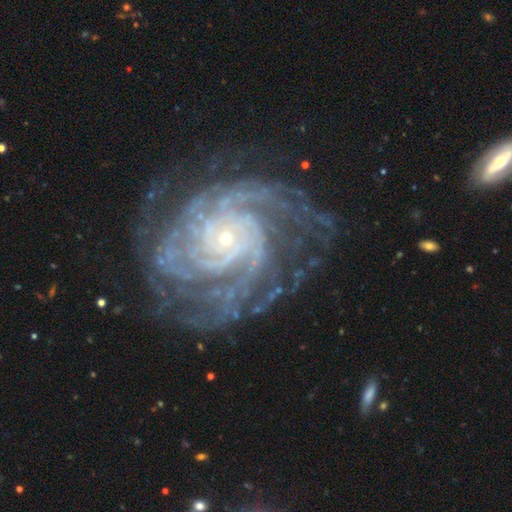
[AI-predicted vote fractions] This appears to be a featured or disk galaxy (91%) with no bar (73%), 4 (23%) tight (76%) spiral arms (98%) and a small central bulge (84%). Merging: none (71%).